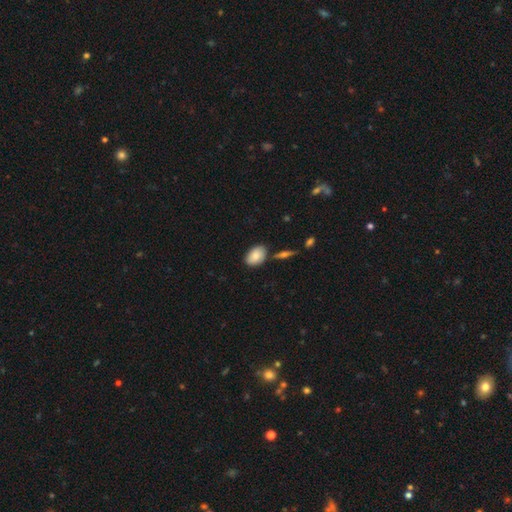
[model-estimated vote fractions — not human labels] A smooth galaxy with no disk features (81%) that is in between round and cigar-shaped (87%). Merging: none (73%).